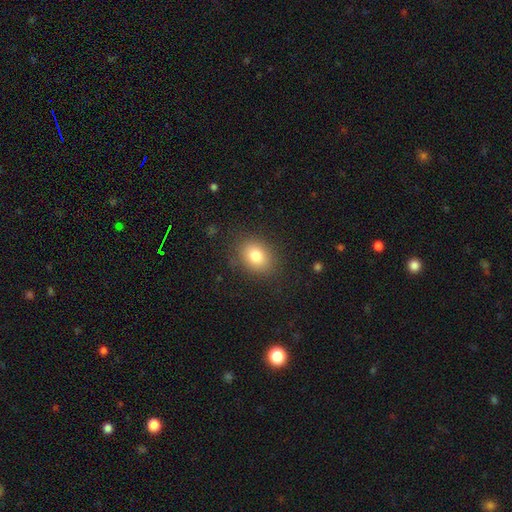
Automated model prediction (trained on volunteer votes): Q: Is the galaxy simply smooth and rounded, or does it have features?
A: smooth — 80%.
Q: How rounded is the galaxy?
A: in between — 55%.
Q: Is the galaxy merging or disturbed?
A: none — 84%.